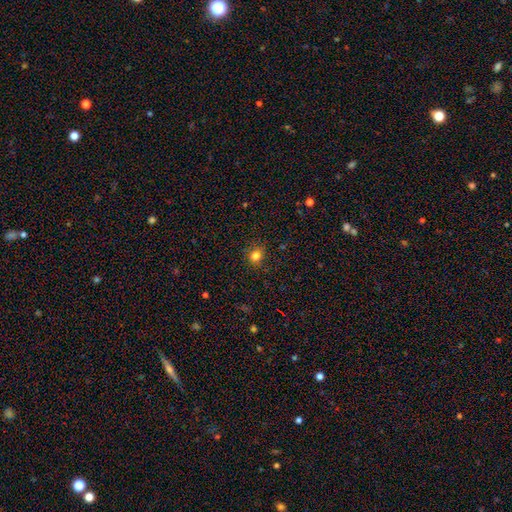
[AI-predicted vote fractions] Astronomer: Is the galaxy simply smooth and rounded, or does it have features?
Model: smooth — 82%.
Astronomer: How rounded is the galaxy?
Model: round — 78%.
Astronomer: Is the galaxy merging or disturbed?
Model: none — 86%.